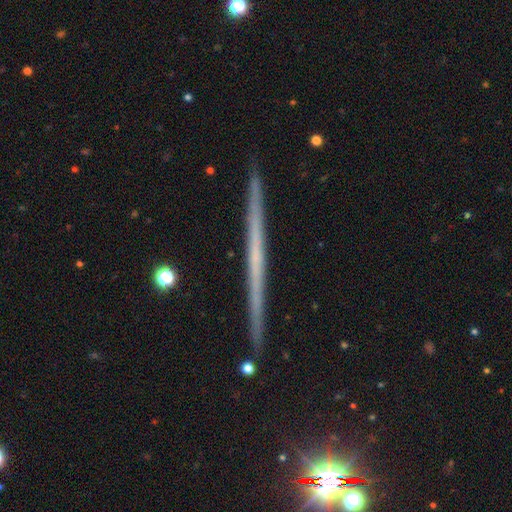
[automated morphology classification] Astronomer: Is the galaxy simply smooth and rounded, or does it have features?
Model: featured or disk — 65%.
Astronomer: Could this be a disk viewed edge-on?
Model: yes — 98%.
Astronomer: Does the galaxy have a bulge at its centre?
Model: none — 91%.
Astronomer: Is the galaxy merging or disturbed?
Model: none — 91%.